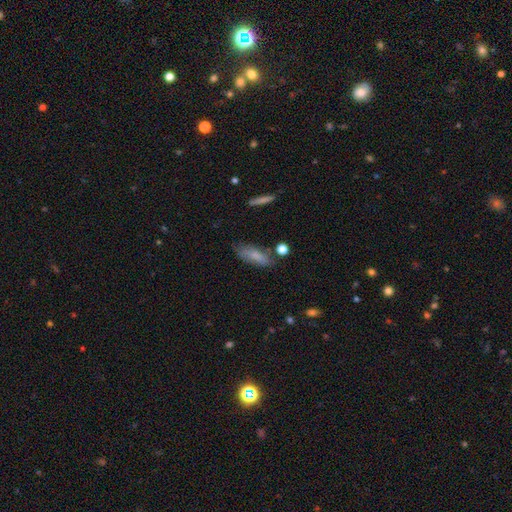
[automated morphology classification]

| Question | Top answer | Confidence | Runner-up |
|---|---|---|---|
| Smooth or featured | smooth | 74% | featured or disk (19%) |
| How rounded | in between | 64% | cigar-shaped (33%) |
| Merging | none | 65% | minor disturbance (23%) |